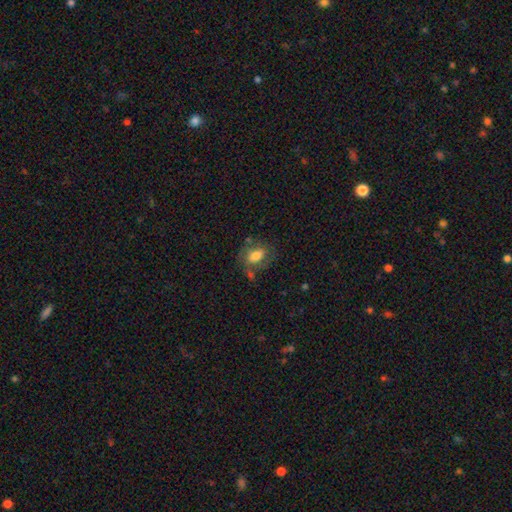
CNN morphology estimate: Smooth or featured? Predicted: smooth (p=0.64). How rounded? Predicted: in between (p=0.81). Merging? Predicted: none (p=0.54).